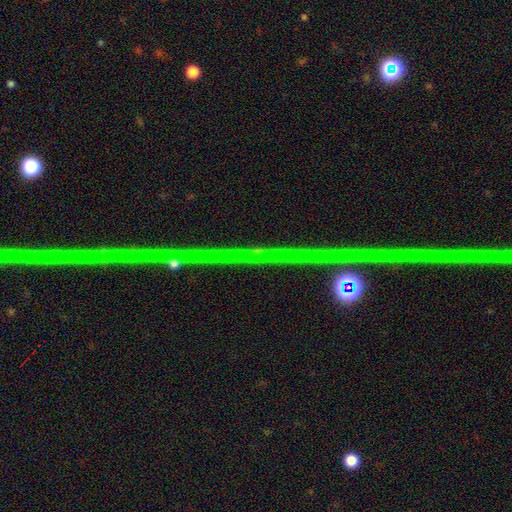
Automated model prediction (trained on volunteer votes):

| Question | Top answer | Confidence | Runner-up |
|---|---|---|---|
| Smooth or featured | star or artifact | 83% | featured or disk (12%) |